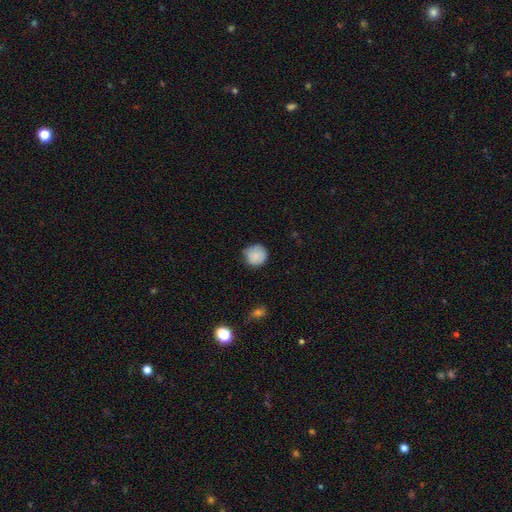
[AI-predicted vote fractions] Smooth or featured? smooth (81%)
How rounded? round (90%)
Merging? none (72%)